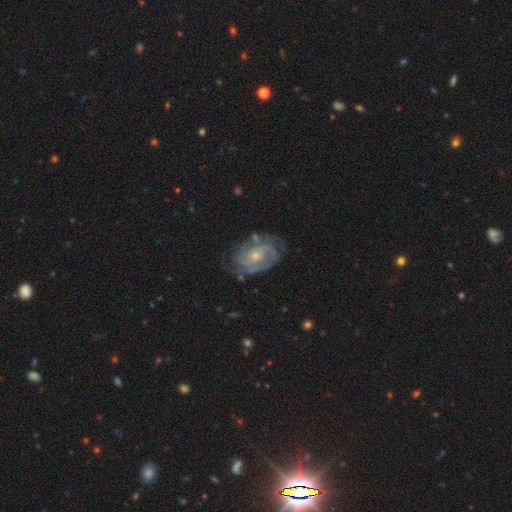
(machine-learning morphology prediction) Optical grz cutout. It shows a featured or disk galaxy (82%) with no bar (70%), 2 (41%) tight (60%) spiral arms (91%) and a small central bulge (62%). Merging: none (67%).